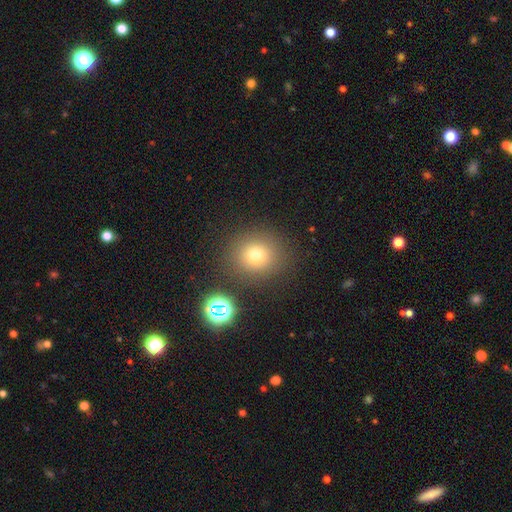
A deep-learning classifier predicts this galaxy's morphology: smooth 73%, star or artifact 17%, featured or disk 10%. Down the decision tree: how rounded — round (86%); merging — none (83%).